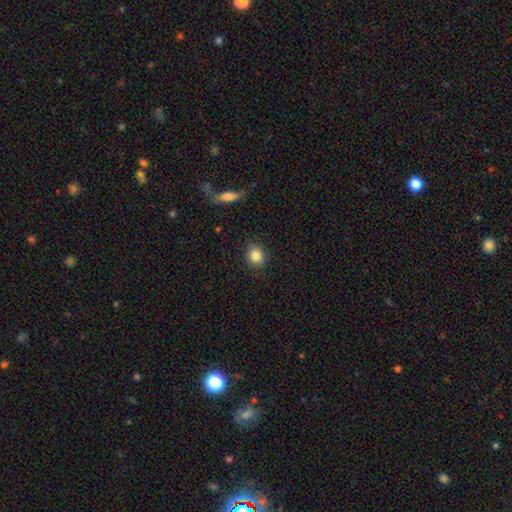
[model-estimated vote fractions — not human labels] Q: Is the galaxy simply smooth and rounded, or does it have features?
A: smooth — 85%.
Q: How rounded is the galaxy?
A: round — 70%.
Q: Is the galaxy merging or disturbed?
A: none — 88%.